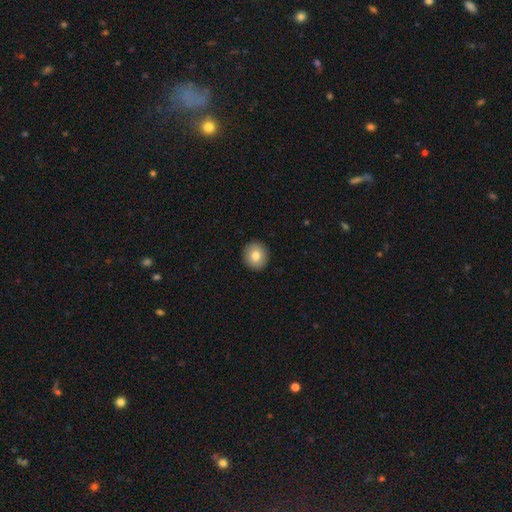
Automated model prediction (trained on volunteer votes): The model was most divided on "smooth or featured": smooth: 81%, featured or disk: 11%, star or artifact: 8%. More confident: merging — none (92%); how rounded — round (85%).